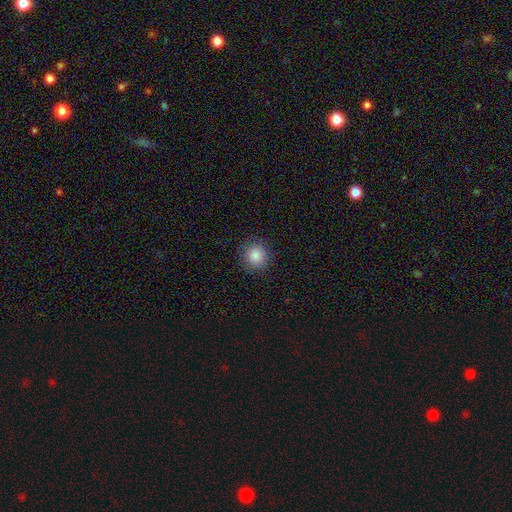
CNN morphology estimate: type=smooth (86%); roundness=round (90%); merging=none (88%).